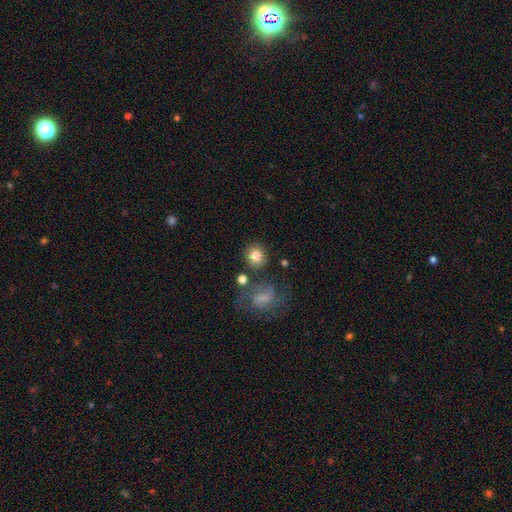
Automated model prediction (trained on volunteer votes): smooth-or-featured: smooth: 80% | featured or disk: 10% | star or artifact: 9%
  how-rounded: round: 84% | in between: 15% | cigar-shaped: 1%
  merging: none: 76% | minor disturbance: 11% | merger: 9% | major disturbance: 5%